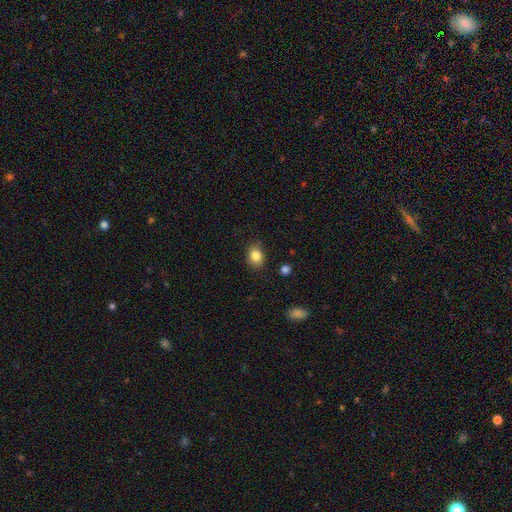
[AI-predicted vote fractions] smooth 85%, star or artifact 10%, featured or disk 6%. Down the decision tree: how rounded — in between (55%); merging — none (81%).